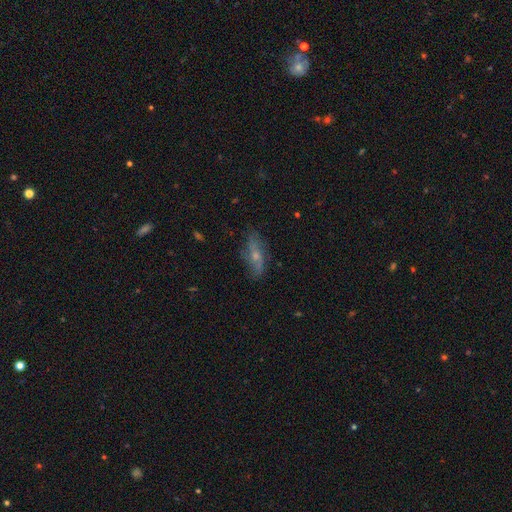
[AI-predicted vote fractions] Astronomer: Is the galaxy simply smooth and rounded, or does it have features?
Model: featured or disk — 57% (runner-up: smooth, 34%).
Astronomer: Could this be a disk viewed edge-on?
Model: no — 77%.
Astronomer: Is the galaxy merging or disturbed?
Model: none — 70%.